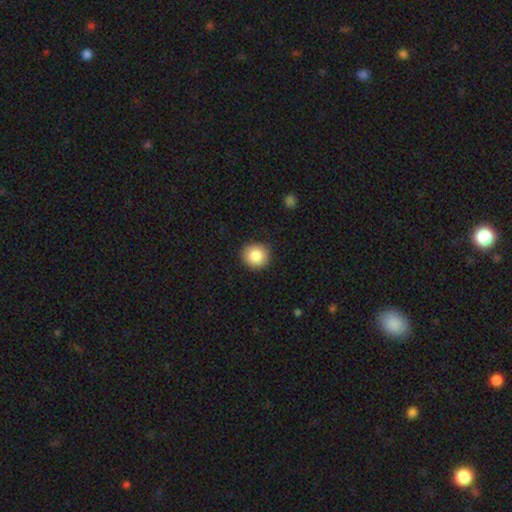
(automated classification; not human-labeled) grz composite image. It shows a smooth galaxy with no disk features (85%) that is round (92%). Merging: none (91%).